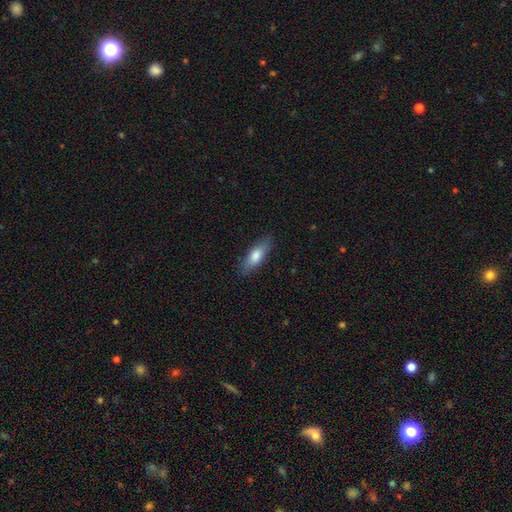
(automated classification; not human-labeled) Overall: smooth (76%). How rounded: in between (57%; cigar-shaped 41%). Merging: none (85%).